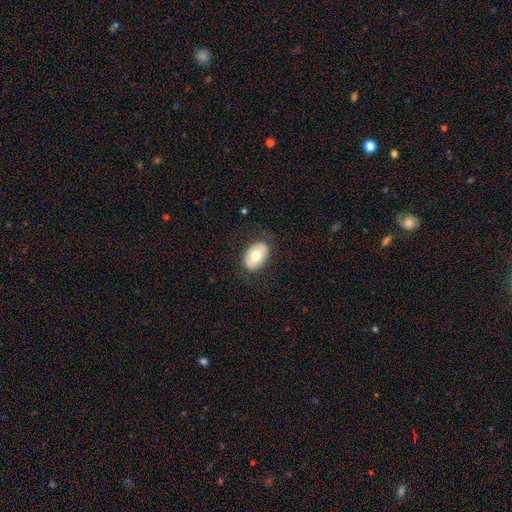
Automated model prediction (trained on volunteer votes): smooth_or_featured: smooth (p=0.67) [alt: featured or disk p=0.27]
how_rounded: in between (p=0.83) [alt: round p=0.16]
merging: none (p=0.82) [alt: minor disturbance p=0.14]